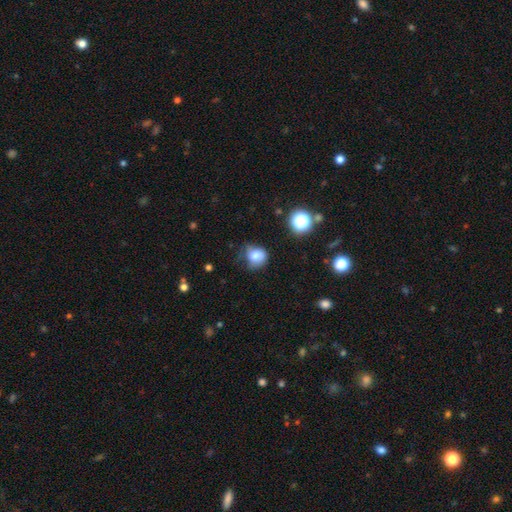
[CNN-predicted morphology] This is likely a smooth galaxy (76%). How rounded: likely round (69%). Merging: possibly none (46%).